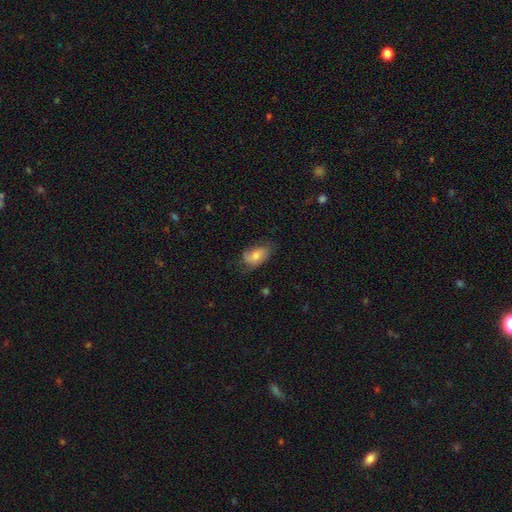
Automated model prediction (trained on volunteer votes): This is likely a smooth galaxy (66%). How rounded: clearly in between (90%). Merging: possibly none (58%).